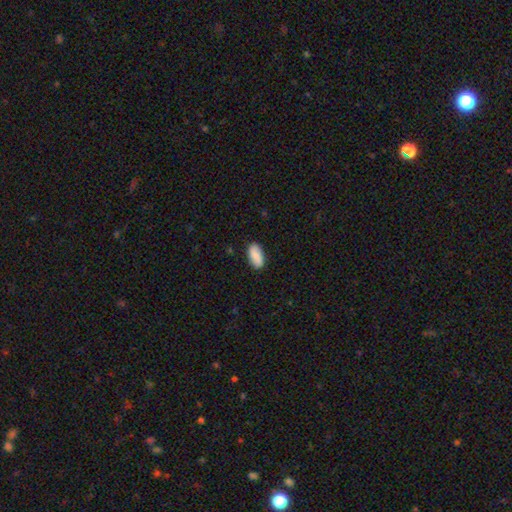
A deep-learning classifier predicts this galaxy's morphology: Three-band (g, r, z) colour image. It shows a smooth galaxy with no disk features (85%) that is in between round and cigar-shaped (92%). Merging: none (86%).